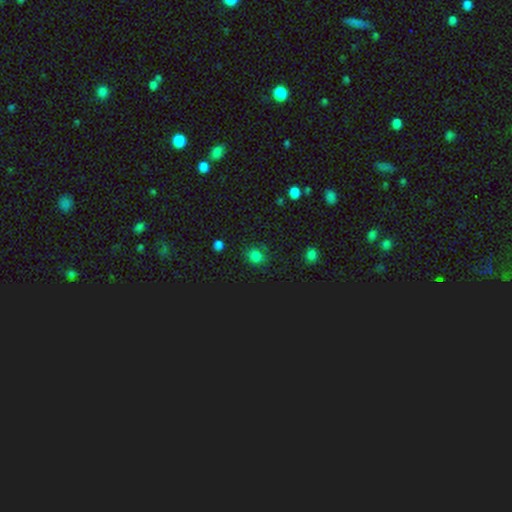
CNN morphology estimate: smooth 67%, star or artifact 27%, featured or disk 6%. Down the decision tree: how rounded — round (77%); merging — none (76%).